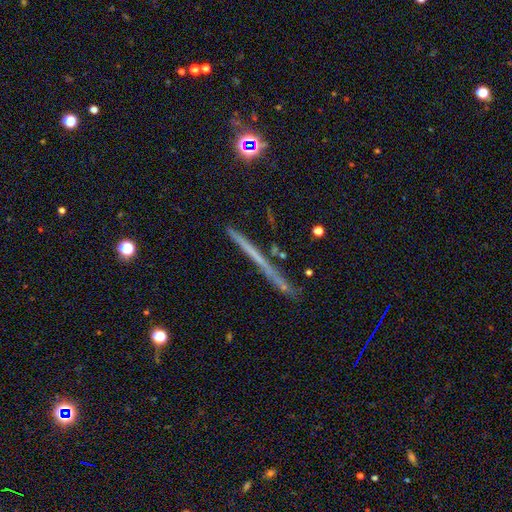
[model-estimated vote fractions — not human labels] This appears to be a featured or disk galaxy (51%) viewed edge-on (96%). Merging: none (88%).